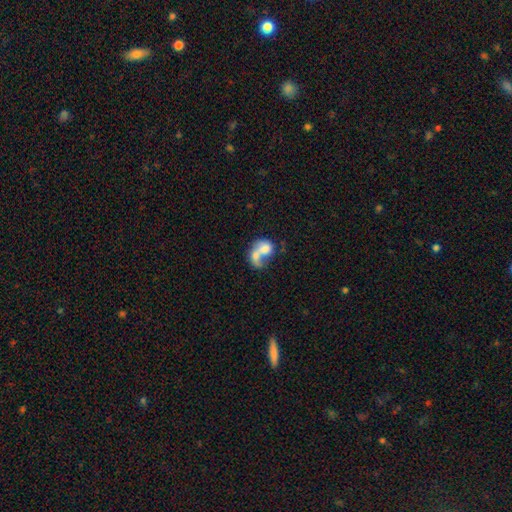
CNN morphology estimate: A smooth galaxy with no disk features (53%) that is in between round and cigar-shaped (63%). Merging: merger (66%).